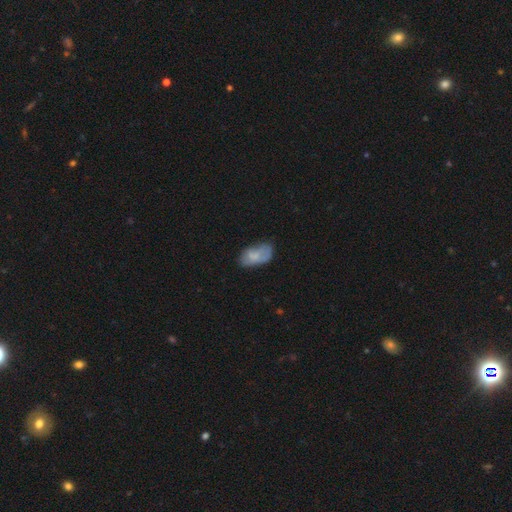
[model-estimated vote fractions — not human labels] The model was most divided on "merging": none: 51%, minor disturbance: 32%, major disturbance: 12%, merger: 5%. More confident: how rounded — in between (93%); smooth or featured — smooth (68%).